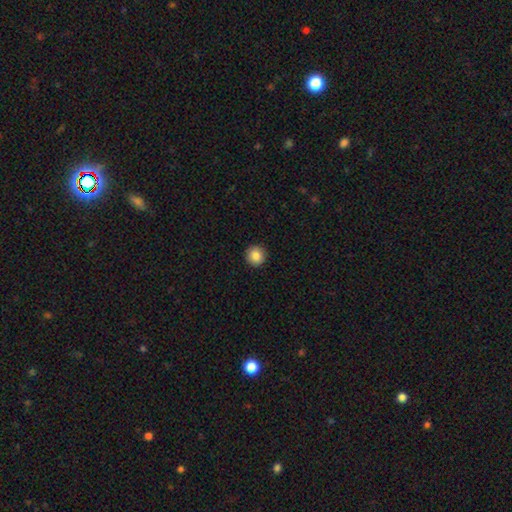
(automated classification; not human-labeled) A smooth galaxy with no disk features (86%) that is round (94%). Merging: none (92%).